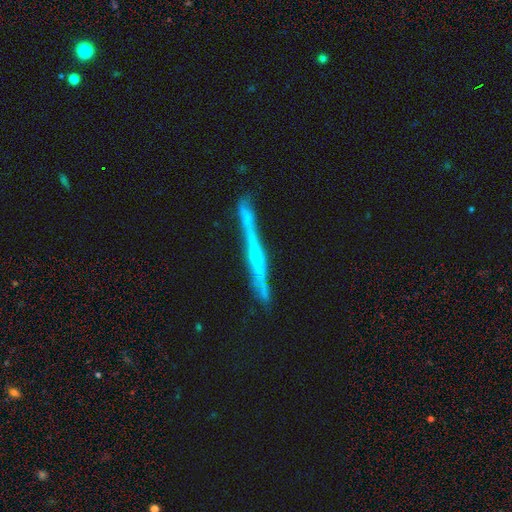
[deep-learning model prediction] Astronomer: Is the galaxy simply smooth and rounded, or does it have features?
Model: featured or disk — 69%.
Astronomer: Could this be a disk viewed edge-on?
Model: yes — 95%.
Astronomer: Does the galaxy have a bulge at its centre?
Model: none — 56% (runner-up: rounded, 34%).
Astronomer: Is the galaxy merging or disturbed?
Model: none — 72%.